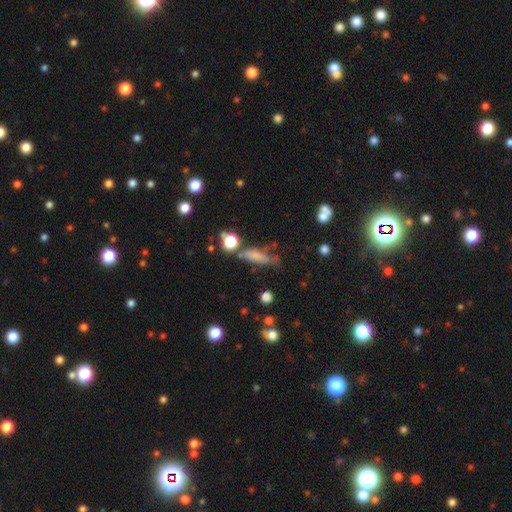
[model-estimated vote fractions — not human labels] This appears to be a smooth galaxy with no disk features (67%) that is cigar-shaped (55%). Merging: none (46%).